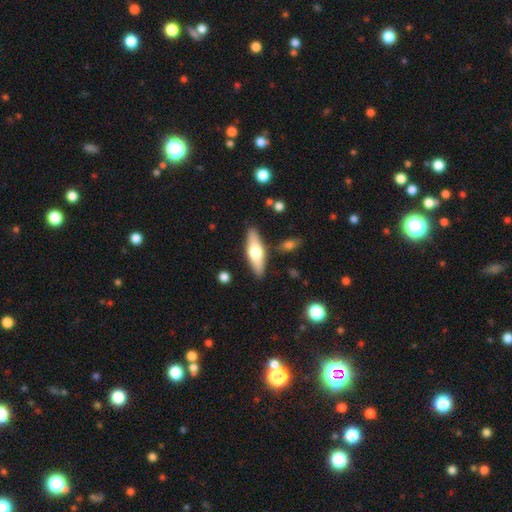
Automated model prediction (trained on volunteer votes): This appears to be a smooth galaxy with no disk features (48%). Merging: none (85%).